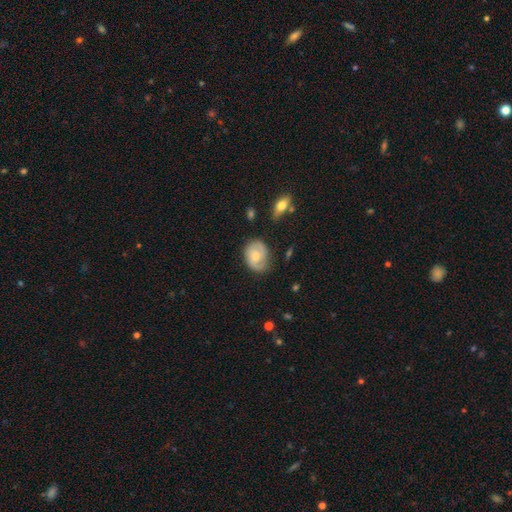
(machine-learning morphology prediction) A featured or disk galaxy (59%) with no bar (67%), spiral arms (85%) and a moderate central bulge (50%). Merging: none (71%).